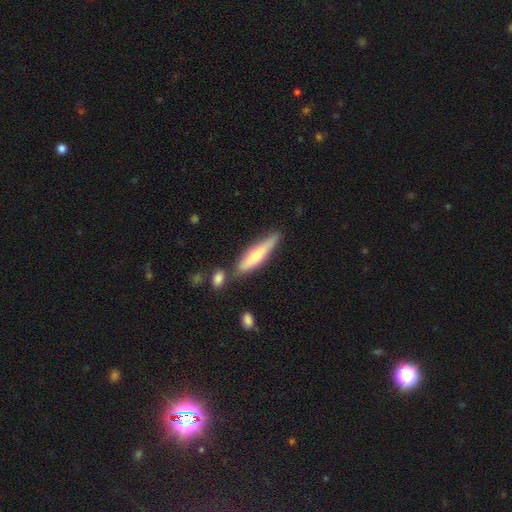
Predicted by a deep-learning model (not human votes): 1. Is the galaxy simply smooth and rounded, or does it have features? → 55% smooth, 39% featured or disk, 6% star or artifact.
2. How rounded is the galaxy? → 81% cigar-shaped, 18% in between, 1% round.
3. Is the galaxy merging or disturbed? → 67% none, 18% minor disturbance, 11% merger, 4% major disturbance.